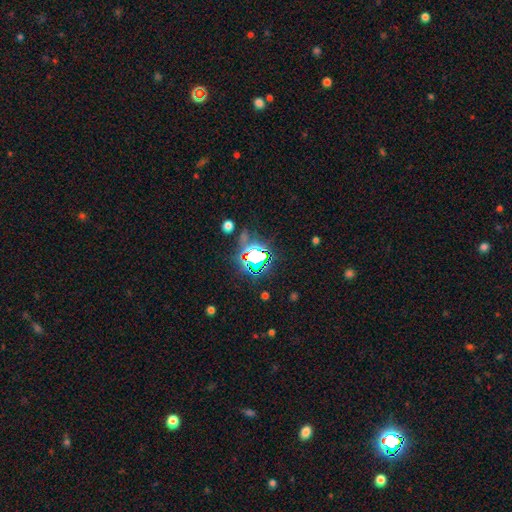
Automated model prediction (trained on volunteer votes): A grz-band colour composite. It shows a star or artifact, not a galaxy (76%).